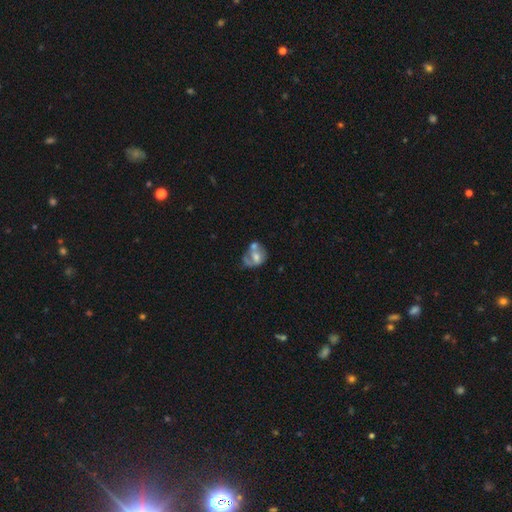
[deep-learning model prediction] This appears to be a featured or disk galaxy (51%). Merging: merger (35%).